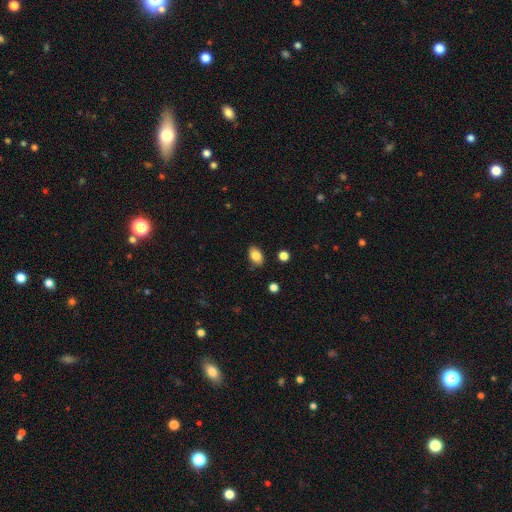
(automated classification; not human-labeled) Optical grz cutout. It shows a smooth galaxy with no disk features (84%) that is in between round and cigar-shaped (85%). Merging: none (84%).